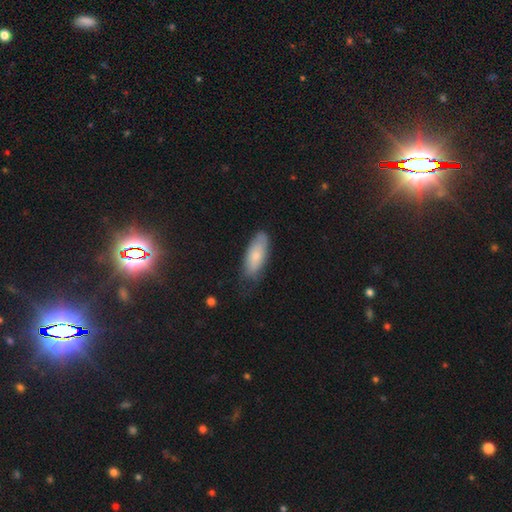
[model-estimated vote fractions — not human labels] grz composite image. It shows a smooth galaxy with no disk features (75%) that is in between round and cigar-shaped (76%). Merging: none (66%).